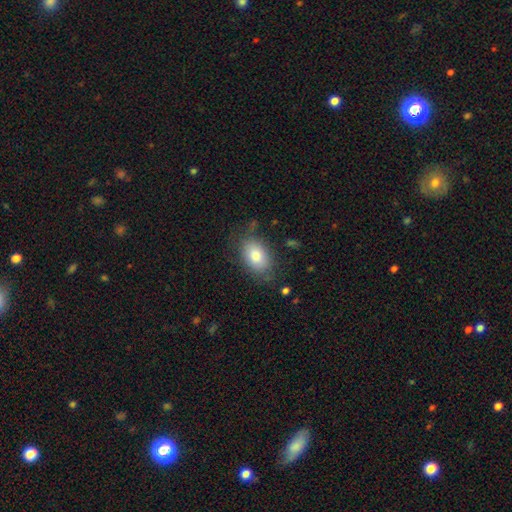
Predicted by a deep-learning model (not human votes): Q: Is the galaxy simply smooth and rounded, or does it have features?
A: smooth — 80%.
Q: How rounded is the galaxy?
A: in between — 86%.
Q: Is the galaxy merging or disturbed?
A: none — 76%.